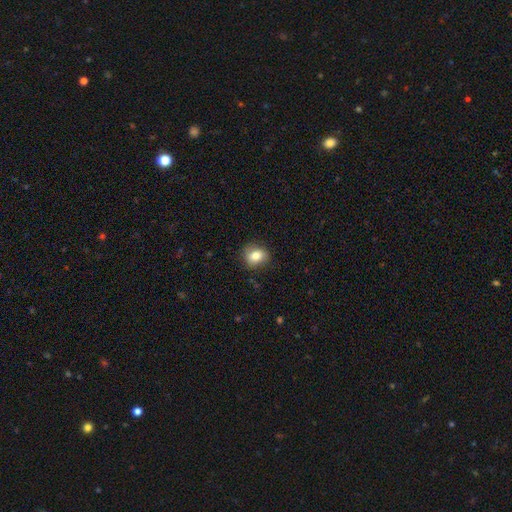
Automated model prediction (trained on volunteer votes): Smooth or featured?
  - smooth: 80% *
  - featured or disk: 10%
  - star or artifact: 9%
How rounded?
  - round: 56% *
  - in between: 43%
  - cigar-shaped: 1%
Merging?
  - none: 82% *
  - minor disturbance: 13%
  - major disturbance: 3%
  - merger: 1%